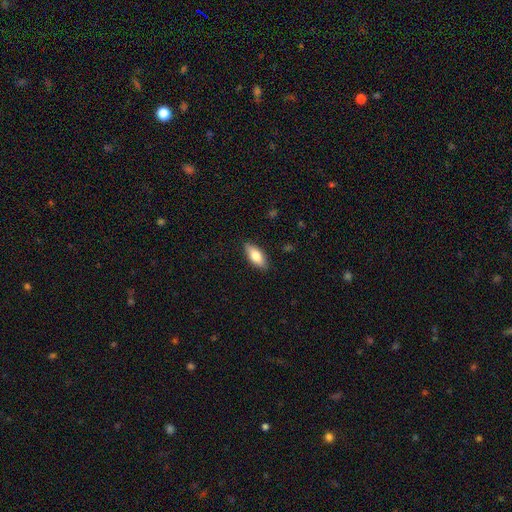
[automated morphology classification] Smooth or featured? Predicted: smooth (p=0.76). How rounded? Predicted: in between (p=0.83). Merging? Predicted: none (p=0.87).